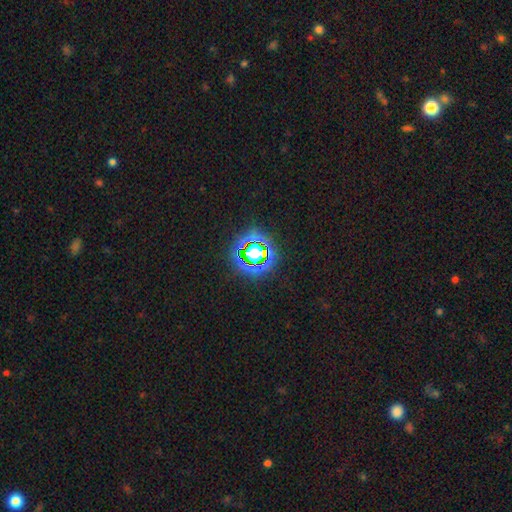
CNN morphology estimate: Smooth or featured: star or artifact — 65% (smooth — 23%)